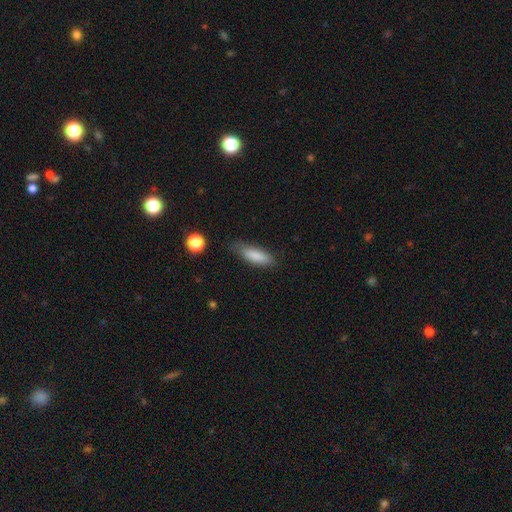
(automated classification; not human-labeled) This appears to be a smooth galaxy with no disk features (85%) that is in between round and cigar-shaped (53%). Merging: none (73%).